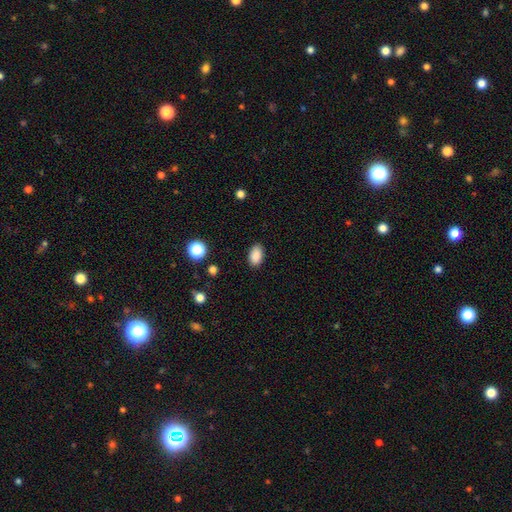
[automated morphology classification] Smooth or featured: smooth — 88% (star or artifact — 9%)
How rounded: in between — 91% (round — 7%)
Merging: none — 88% (minor disturbance — 9%)